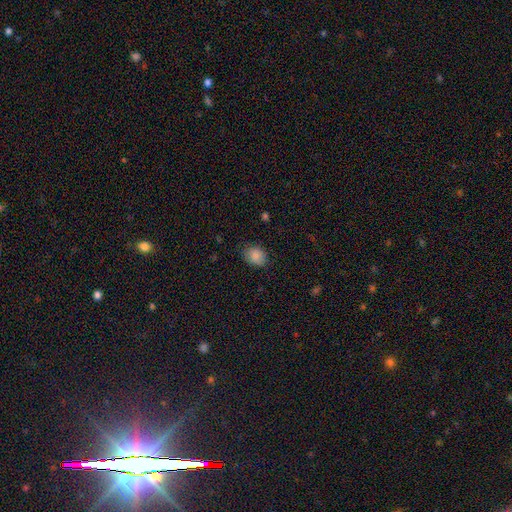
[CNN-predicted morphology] smooth-or-featured: smooth: 87% | star or artifact: 8% | featured or disk: 4%
  how-rounded: in between: 57% | round: 42% | cigar-shaped: 1%
  merging: none: 80% | minor disturbance: 16% | major disturbance: 4% | merger: 1%